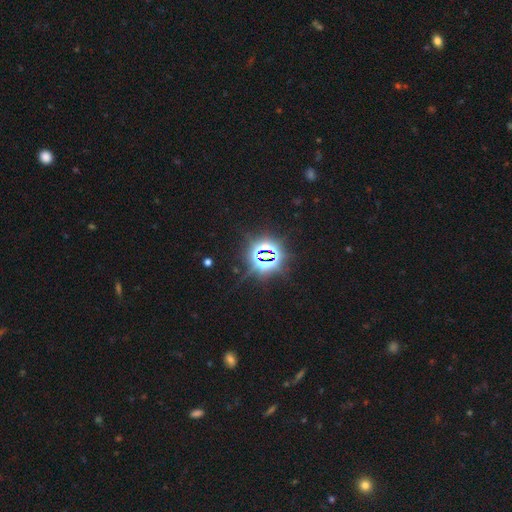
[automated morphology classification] A star or artifact, not a galaxy (83%).

Vote fractions:
- Smooth or featured? star or artifact: 83% / smooth: 10% / featured or disk: 8%